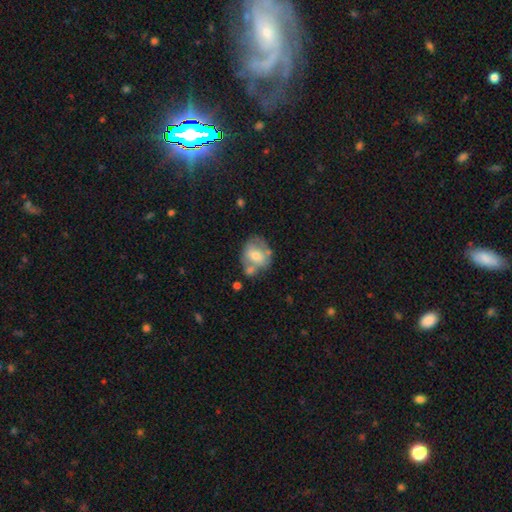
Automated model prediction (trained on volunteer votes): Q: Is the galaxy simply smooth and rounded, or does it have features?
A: smooth — 55%.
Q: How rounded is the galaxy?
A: round — 52%.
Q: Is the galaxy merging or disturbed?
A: none — 42%.